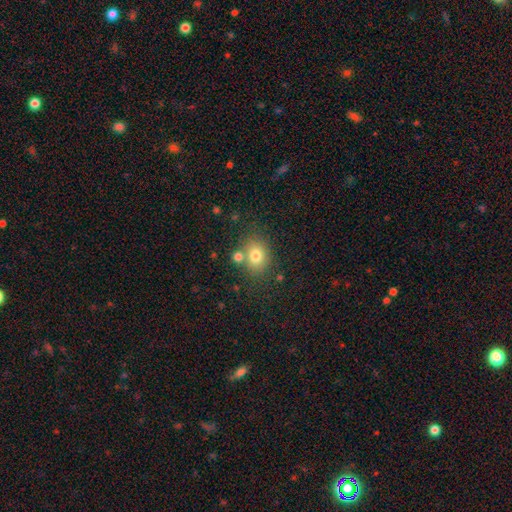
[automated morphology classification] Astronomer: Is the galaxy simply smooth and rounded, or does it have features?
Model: smooth — 76%.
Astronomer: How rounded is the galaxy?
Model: round — 52% (runner-up: in between, 47%).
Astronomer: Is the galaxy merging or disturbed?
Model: none — 66%.